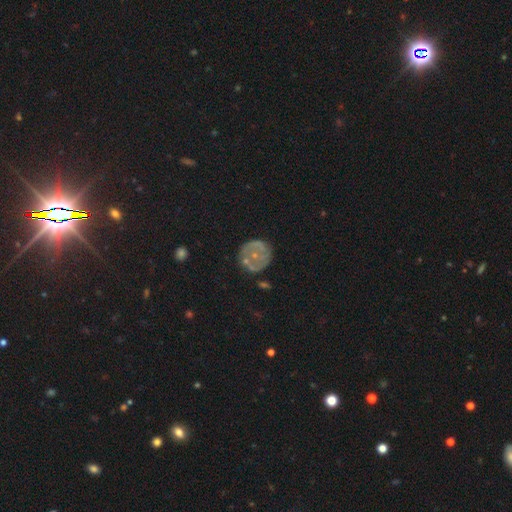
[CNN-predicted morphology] Overall: featured or disk (52%; smooth 37%). Edge-on disk: no (97%). Bar: no (86%). Spiral arms: no (69%; yes 31%). Bulge size: small (67%). Merging: none (66%).